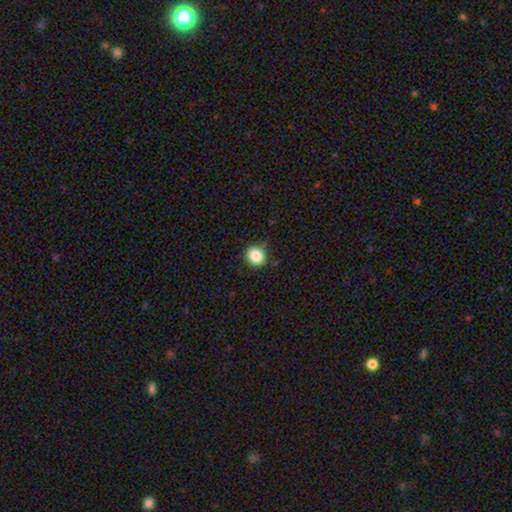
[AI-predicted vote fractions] The model was most divided on "how rounded": round: 77%, in between: 23%, cigar-shaped: 1%. More confident: smooth or featured — smooth (86%); merging — none (82%).